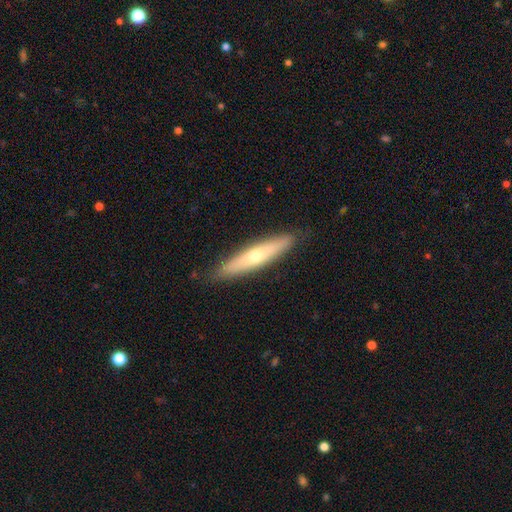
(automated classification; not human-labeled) smooth 48%, featured or disk 46%, star or artifact 6%. Down the decision tree: merging — none (88%).